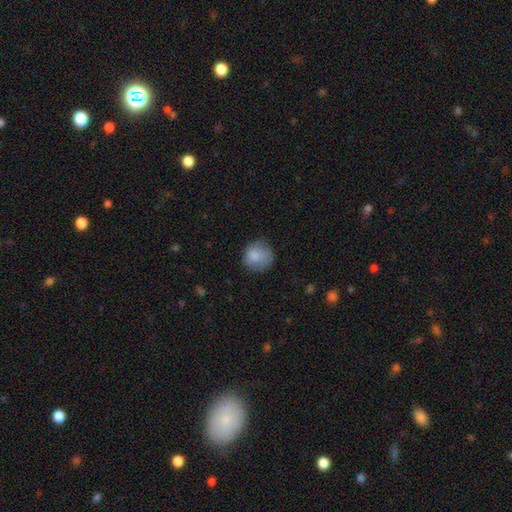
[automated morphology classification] smooth 84%, featured or disk 9%, star or artifact 7%. Down the decision tree: how rounded — round (89%); merging — none (76%).